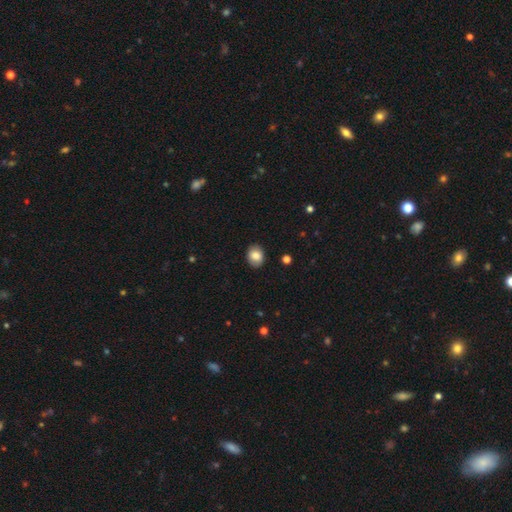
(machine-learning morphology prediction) Smooth or featured?
  - smooth: 83% *
  - featured or disk: 9%
  - star or artifact: 8%
How rounded?
  - in between: 53% *
  - round: 46%
  - cigar-shaped: 1%
Merging?
  - none: 88% *
  - minor disturbance: 9%
  - major disturbance: 2%
  - merger: 1%